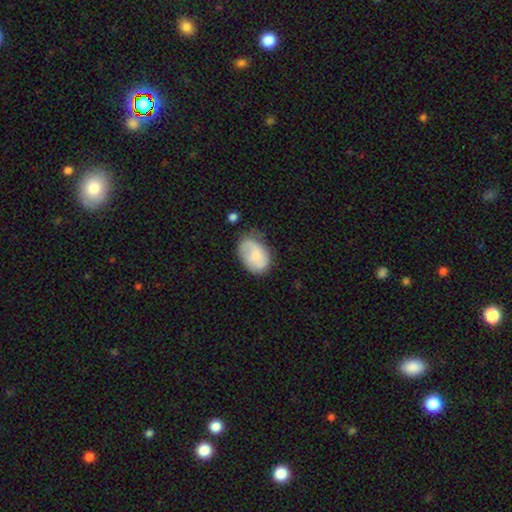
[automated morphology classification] smooth_or_featured: smooth (p=0.59) [alt: featured or disk p=0.34]
how_rounded: in between (p=0.80) [alt: round p=0.18]
merging: none (p=0.53) [alt: minor disturbance p=0.31]